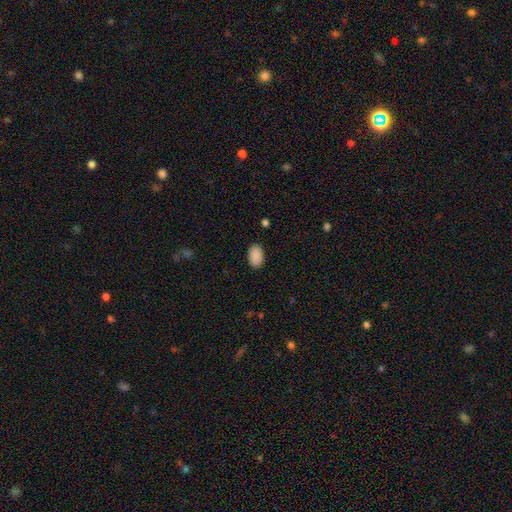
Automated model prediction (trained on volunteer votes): Smooth or featured?
  - smooth: 90% *
  - star or artifact: 8%
  - featured or disk: 2%
How rounded?
  - in between: 92% *
  - round: 7%
  - cigar-shaped: 1%
Merging?
  - none: 88% *
  - minor disturbance: 8%
  - major disturbance: 2%
  - merger: 1%